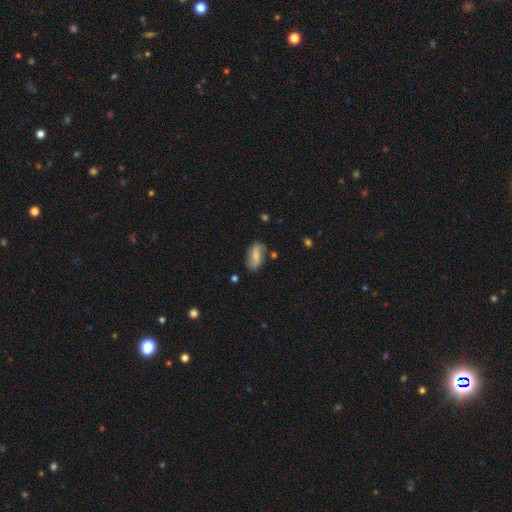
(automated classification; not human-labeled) A smooth galaxy with no disk features (49%).

Vote fractions:
- Smooth or featured? smooth: 49% / featured or disk: 44% / star or artifact: 8%
- Merging? none: 76% / minor disturbance: 17% / major disturbance: 4% / merger: 3%